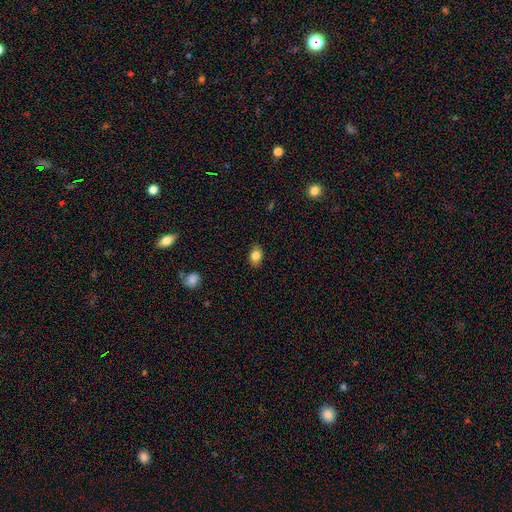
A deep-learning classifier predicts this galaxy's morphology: A smooth galaxy with no disk features (84%) that is in between round and cigar-shaped (69%). Merging: none (86%).